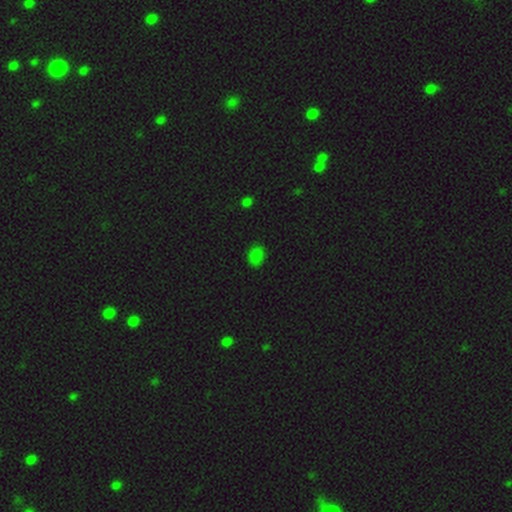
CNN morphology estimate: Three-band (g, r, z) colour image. It shows a smooth galaxy with no disk features (78%) that is in between round and cigar-shaped (66%). Merging: none (83%).